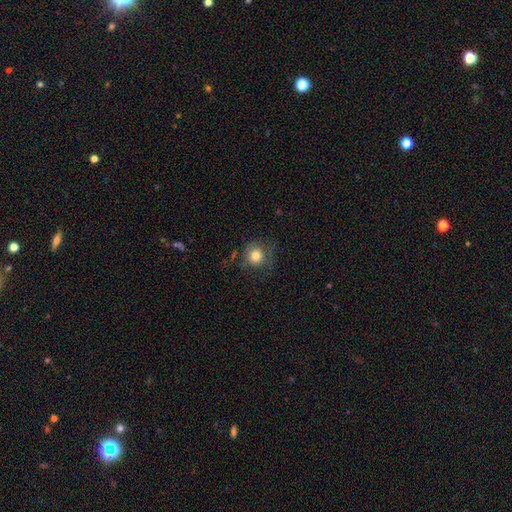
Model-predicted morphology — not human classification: Overall: smooth (77%). How rounded: round (90%). Merging: none (67%).